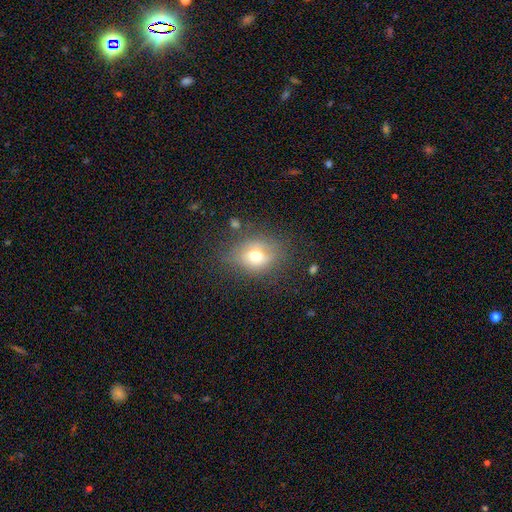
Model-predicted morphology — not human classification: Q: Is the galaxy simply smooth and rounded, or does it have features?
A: smooth — 63%.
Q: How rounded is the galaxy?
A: in between — 51%.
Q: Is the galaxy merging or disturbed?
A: none — 68%.